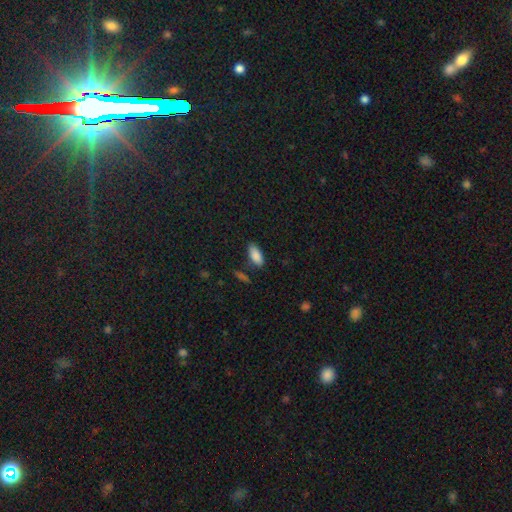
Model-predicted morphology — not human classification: smooth-or-featured: smooth: 87% | star or artifact: 7% | featured or disk: 5%
  how-rounded: in between: 89% | cigar-shaped: 9% | round: 2%
  merging: none: 79% | minor disturbance: 14% | merger: 4% | major disturbance: 3%